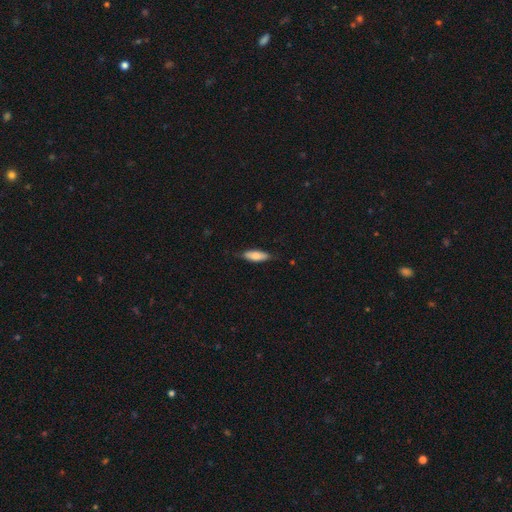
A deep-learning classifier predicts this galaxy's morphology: Smooth or featured: smooth — 78% (featured or disk — 17%)
How rounded: in between — 59% (cigar-shaped — 39%)
Merging: none — 77% (minor disturbance — 19%)